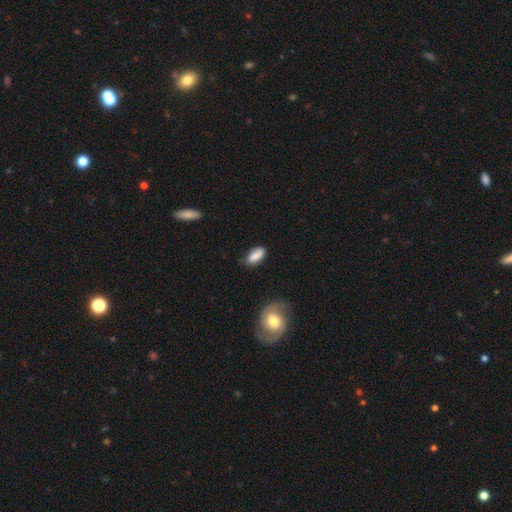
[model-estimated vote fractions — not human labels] Q: Smooth or featured?
A: smooth (83%); runner-up: featured or disk (9%)
Q: How rounded?
A: in between (88%); runner-up: cigar-shaped (9%)
Q: Merging?
A: none (66%); runner-up: minor disturbance (25%)